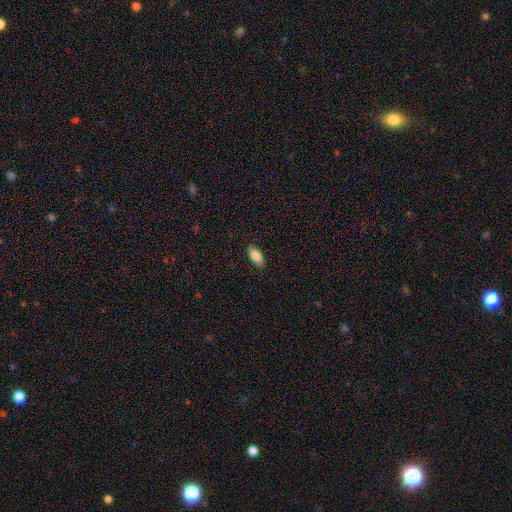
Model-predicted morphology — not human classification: Overall: smooth (85%). How rounded: in between (90%). Merging: none (85%).